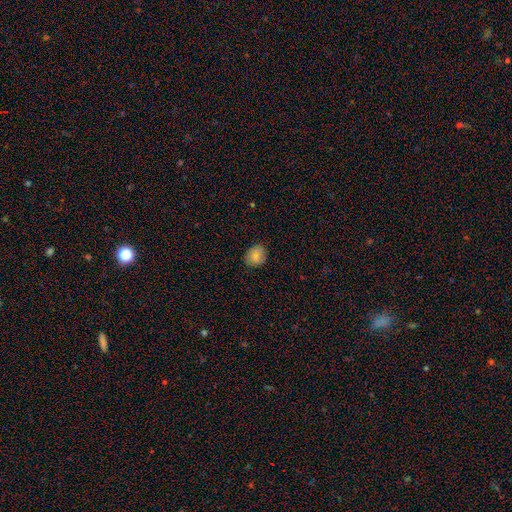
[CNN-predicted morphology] The model was most divided on "how rounded": round: 61%, in between: 38%, cigar-shaped: 1%. More confident: smooth or featured — smooth (84%); merging — none (83%).